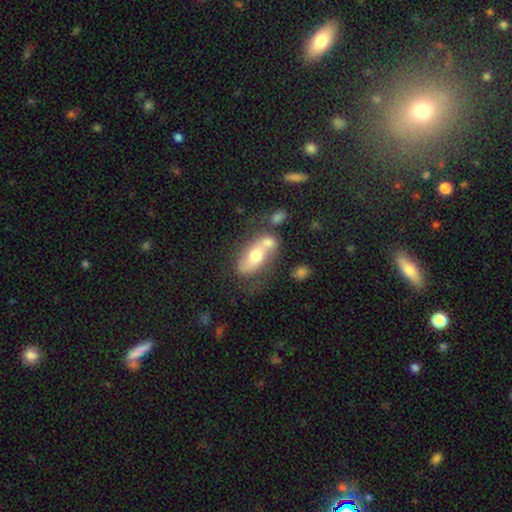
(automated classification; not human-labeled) Smooth or featured? Predicted: smooth (p=0.48). Merging? Predicted: merger (p=0.38).